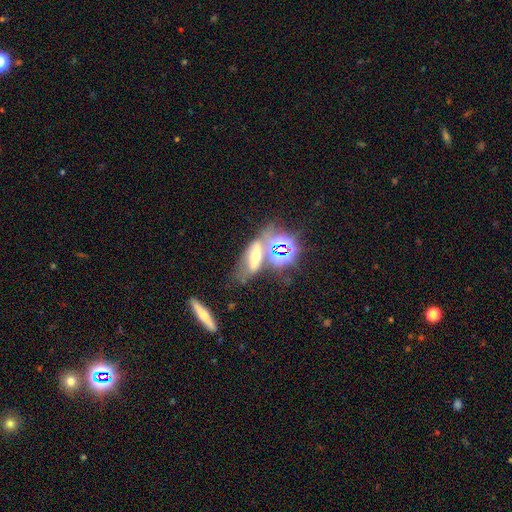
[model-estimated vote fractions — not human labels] This is marginally a smooth galaxy (38%). Merging: marginally none (44%).